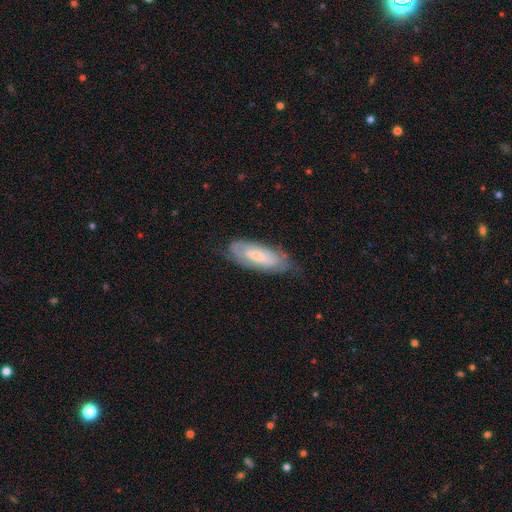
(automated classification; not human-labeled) featured or disk 51%, smooth 42%, star or artifact 7%. Down the decision tree: edge-on disk — no (80%); merging — none (67%).